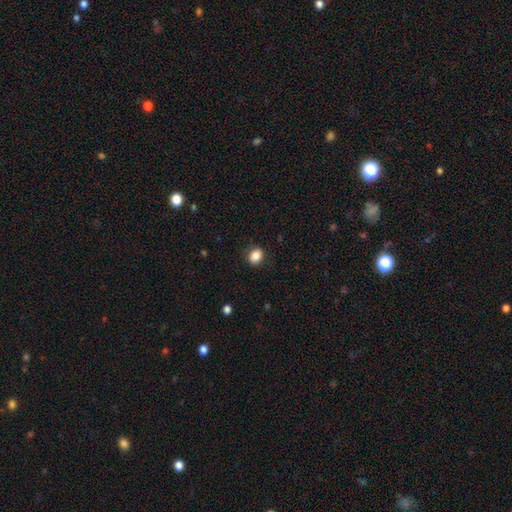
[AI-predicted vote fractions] This is clearly a smooth galaxy (86%). How rounded: possibly round (54%). Merging: clearly none (87%).